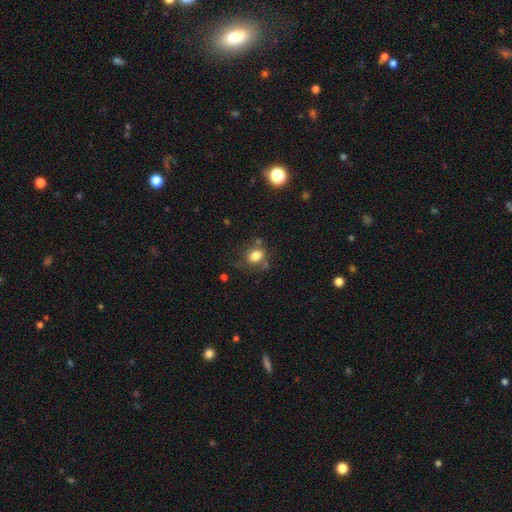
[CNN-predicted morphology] smooth 79%, star or artifact 12%, featured or disk 9%. Down the decision tree: how rounded — round (54%); merging — none (60%).